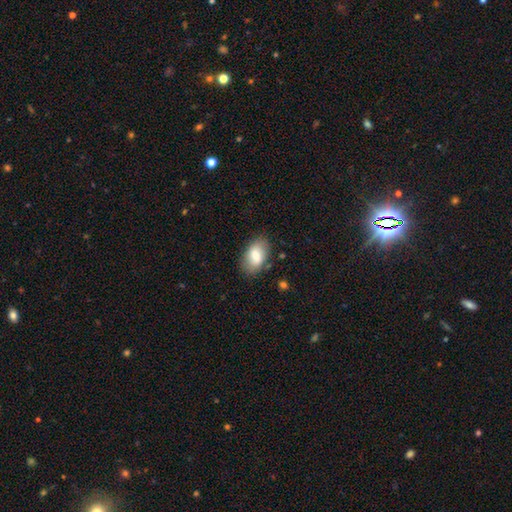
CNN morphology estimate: Smooth or featured? Predicted: smooth (p=0.75). How rounded? Predicted: in between (p=0.92). Merging? Predicted: none (p=0.77).